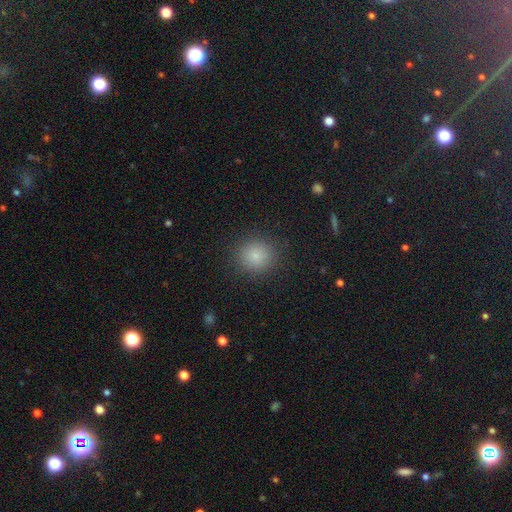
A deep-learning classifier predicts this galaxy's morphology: A smooth galaxy with no disk features (82%) that is round (87%). Merging: none (89%).